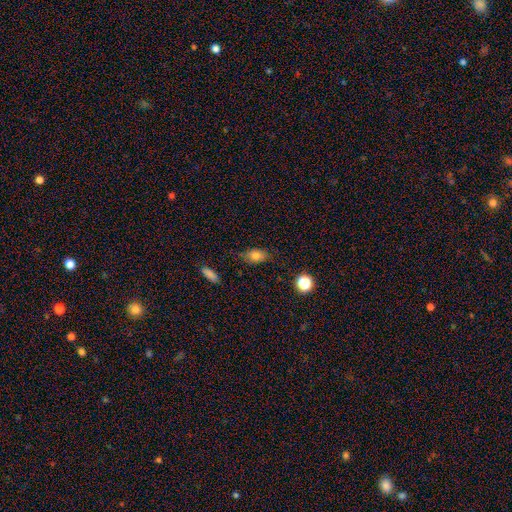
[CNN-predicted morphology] smooth 76%, featured or disk 14%, star or artifact 11%. Down the decision tree: how rounded — in between (81%); merging — none (68%).